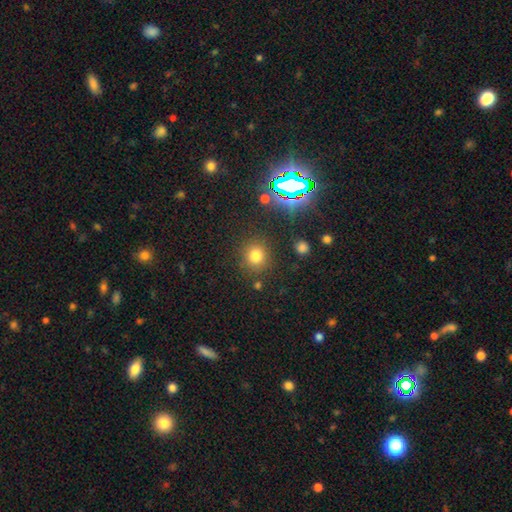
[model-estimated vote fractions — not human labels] Smooth or featured? Predicted: smooth (p=0.75). How rounded? Predicted: round (p=0.87). Merging? Predicted: none (p=0.84).